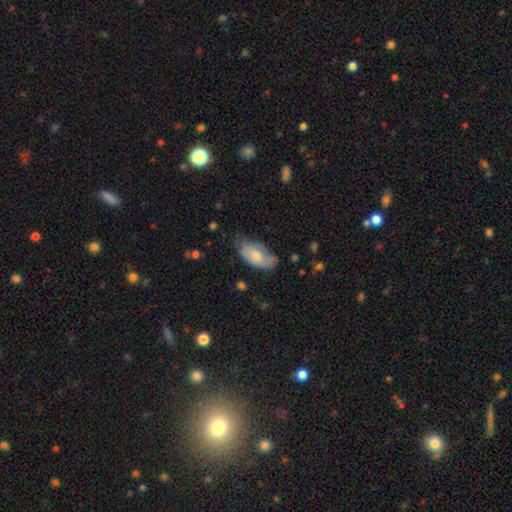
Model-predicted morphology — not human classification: Smooth or featured? Predicted: smooth (p=0.70). How rounded? Predicted: in between (p=0.93). Merging? Predicted: none (p=0.46).